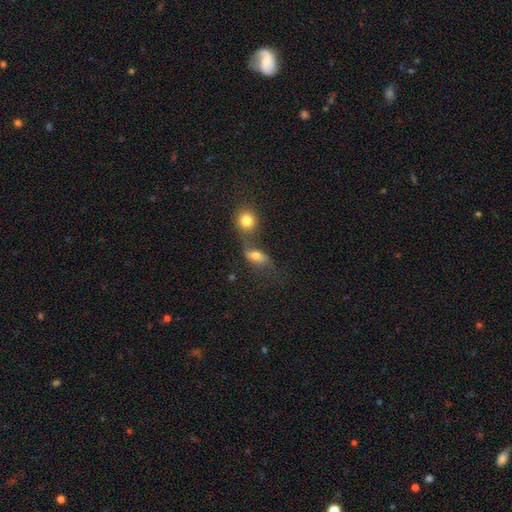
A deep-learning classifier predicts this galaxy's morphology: Smooth or featured? Predicted: smooth (p=0.63). How rounded? Predicted: in between (p=0.64). Merging? Predicted: merger (p=0.58).